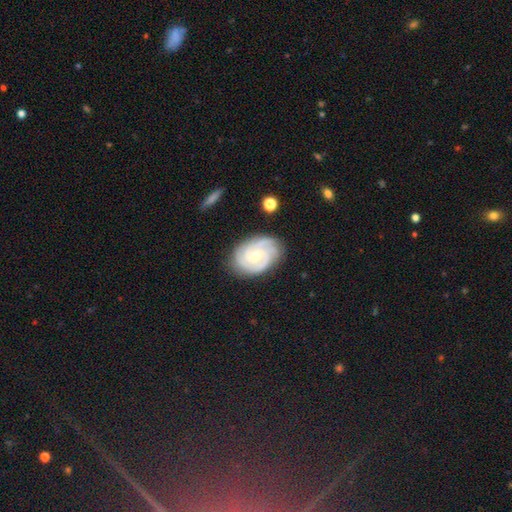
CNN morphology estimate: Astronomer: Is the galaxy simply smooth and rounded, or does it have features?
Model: featured or disk — 86%.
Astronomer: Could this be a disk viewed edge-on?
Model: no — 97%.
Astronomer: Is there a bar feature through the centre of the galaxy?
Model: no — 60%.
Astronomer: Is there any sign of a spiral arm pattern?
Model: yes — 98%.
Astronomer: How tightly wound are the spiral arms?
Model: tight — 70%.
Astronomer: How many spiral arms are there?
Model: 3 — 46% (runner-up: 2, 22%).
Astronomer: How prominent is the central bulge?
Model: small — 53% (runner-up: moderate, 43%).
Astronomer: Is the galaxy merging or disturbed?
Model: none — 81%.